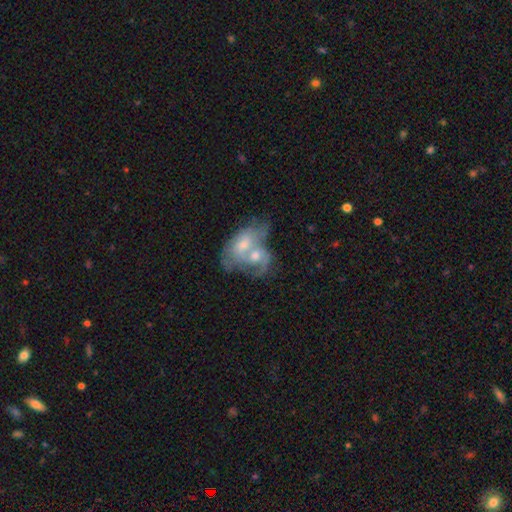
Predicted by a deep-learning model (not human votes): Morphology: type=featured or disk (65%); edge-on=no (96%); bar=no (61%); spiral arms=yes (75%); bulge=moderate (55%); merging=merger (78%).